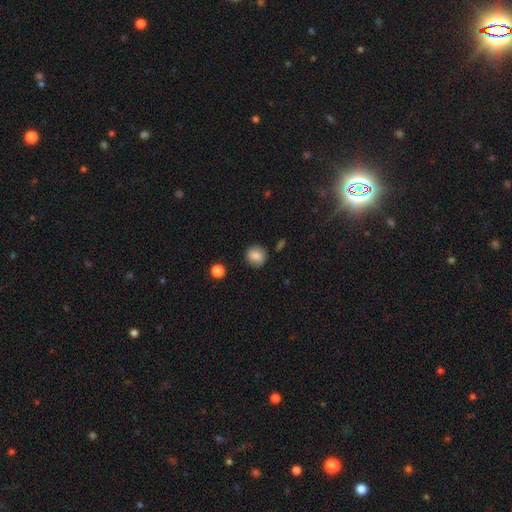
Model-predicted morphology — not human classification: type=smooth (85%); roundness=round (85%); merging=none (83%).